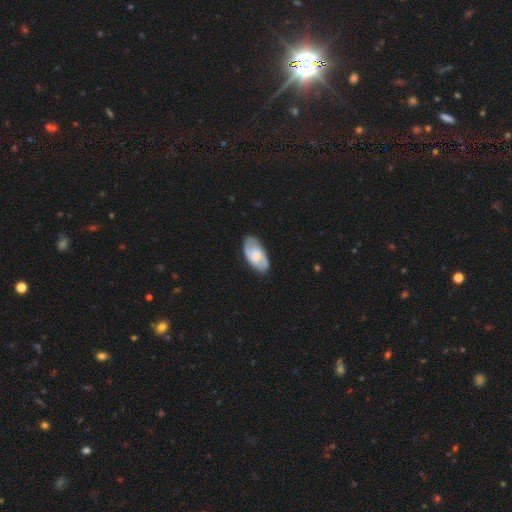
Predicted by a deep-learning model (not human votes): smooth-or-featured: featured or disk: 56% | smooth: 38% | star or artifact: 6%
  disk-edge-on: no: 94% | yes: 6%
    bar: no: 52% | weak: 40% | strong: 9%
    has-spiral-arms: yes: 87% | no: 13%
    bulge-size: small: 41% | moderate: 33% | none: 17% | large: 7% | dominant: 2%
  merging: none: 81% | minor disturbance: 14% | major disturbance: 3% | merger: 1%